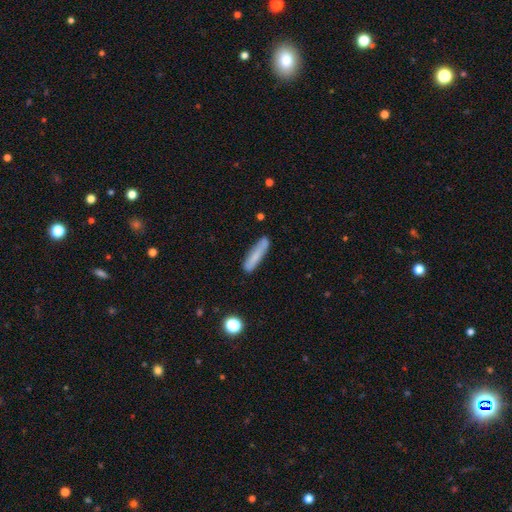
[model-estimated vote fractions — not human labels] A smooth galaxy with no disk features (74%) that is cigar-shaped (86%). Merging: none (79%).